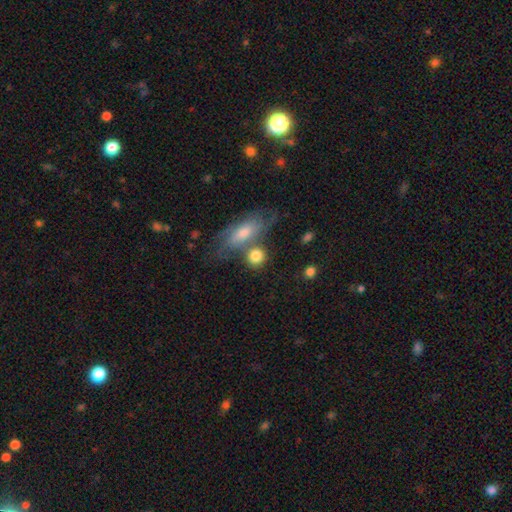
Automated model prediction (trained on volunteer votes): Overall: smooth (77%). How rounded: round (72%). Merging: none (50%; merger 30%).